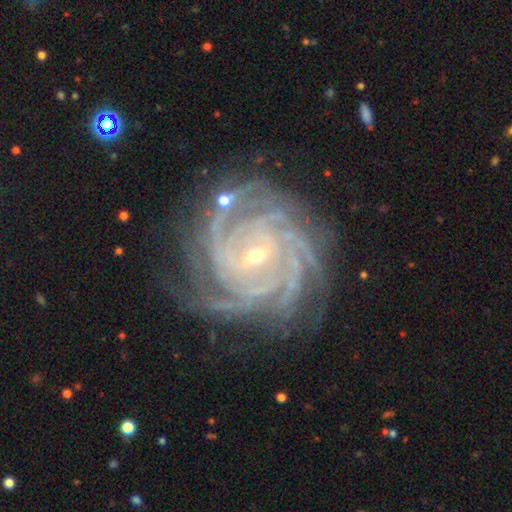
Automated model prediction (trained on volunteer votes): This appears to be a featured or disk galaxy (92%) with a weak bar (45%), 4 (30%) tight (78%) spiral arms (99%) and a small central bulge (70%). Merging: none (75%).